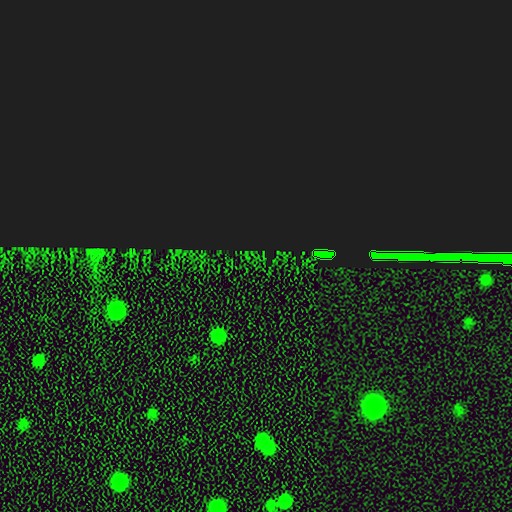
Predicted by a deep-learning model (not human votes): star or artifact 84%, smooth 10%, featured or disk 6%.